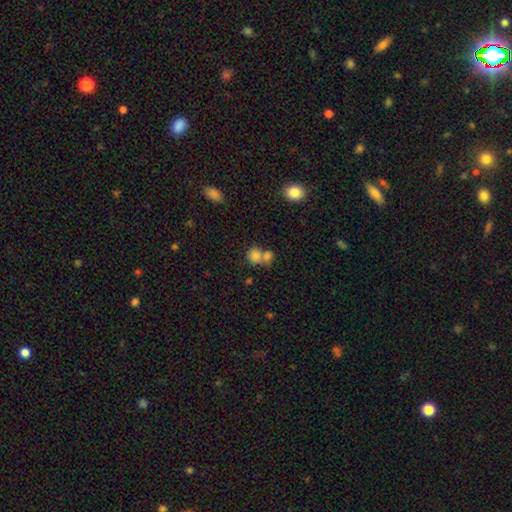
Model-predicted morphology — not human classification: Smooth or featured?
  - smooth: 79% *
  - star or artifact: 11%
  - featured or disk: 10%
How rounded?
  - round: 76% *
  - in between: 23%
  - cigar-shaped: 1%
Merging?
  - merger: 49% *
  - none: 40%
  - minor disturbance: 8%
  - major disturbance: 4%